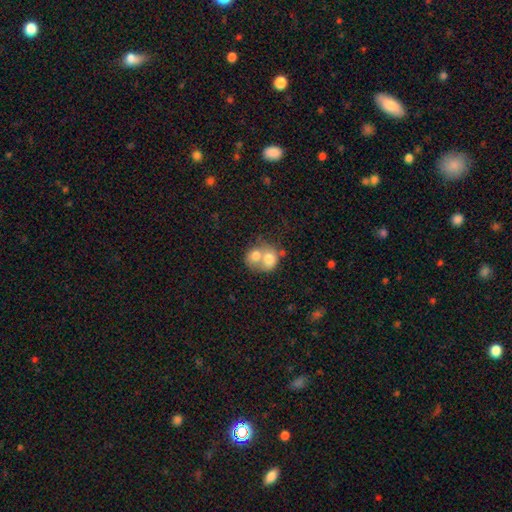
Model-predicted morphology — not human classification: type=smooth (68%); roundness=round (62%); merging=merger (76%).